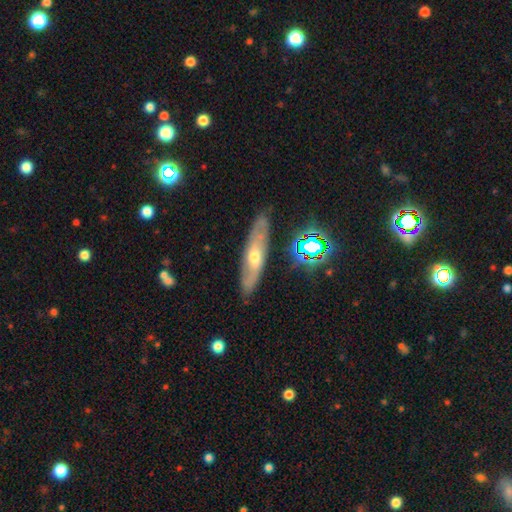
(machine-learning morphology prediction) Q: Smooth or featured?
A: featured or disk (59%); runner-up: smooth (28%)
Q: Edge-on disk?
A: yes (79%); runner-up: no (21%)
Q: Merging?
A: none (81%); runner-up: minor disturbance (12%)